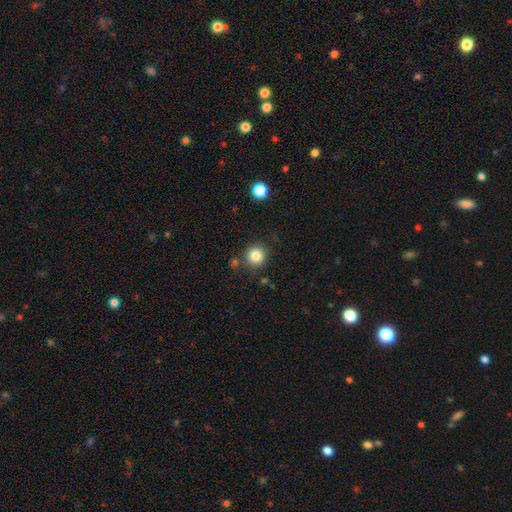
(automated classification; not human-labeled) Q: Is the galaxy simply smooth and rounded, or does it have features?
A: smooth — 85%.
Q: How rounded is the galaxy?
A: round — 93%.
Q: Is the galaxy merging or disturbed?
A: none — 84%.